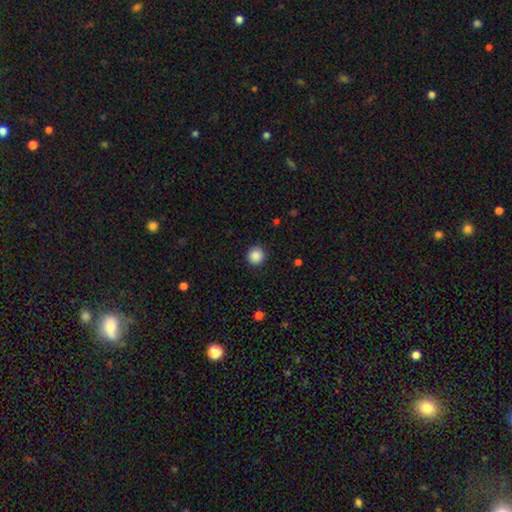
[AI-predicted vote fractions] Smooth or featured? smooth (88%)
How rounded? round (94%)
Merging? none (91%)